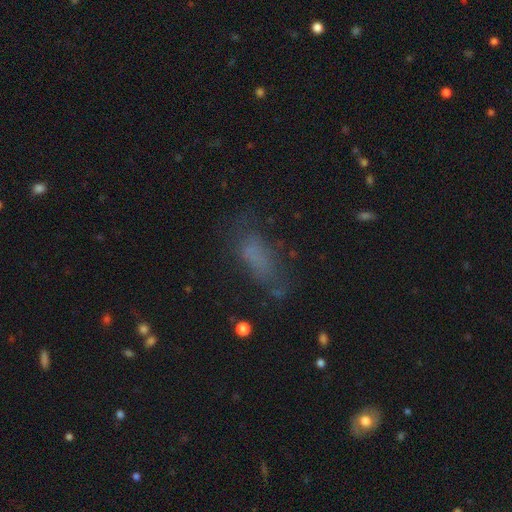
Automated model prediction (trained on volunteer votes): Smooth or featured? smooth (62%)
How rounded? in between (75%)
Merging? none (52%)